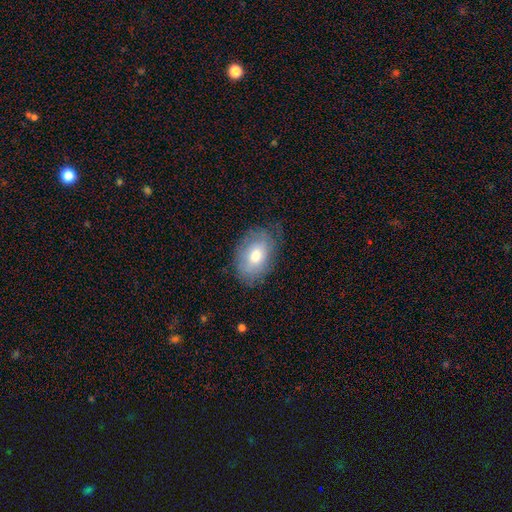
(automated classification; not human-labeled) Smooth or featured: smooth — 67% (featured or disk — 25%)
How rounded: in between — 86% (round — 13%)
Merging: none — 71% (minor disturbance — 21%)